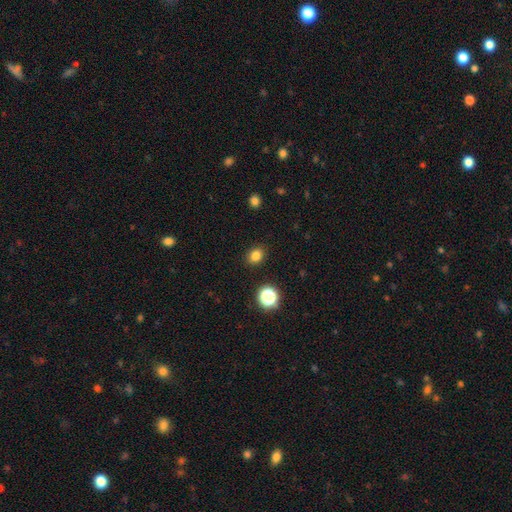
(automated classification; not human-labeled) Morphology: type=smooth (82%); roundness=round (53%); merging=none (89%).